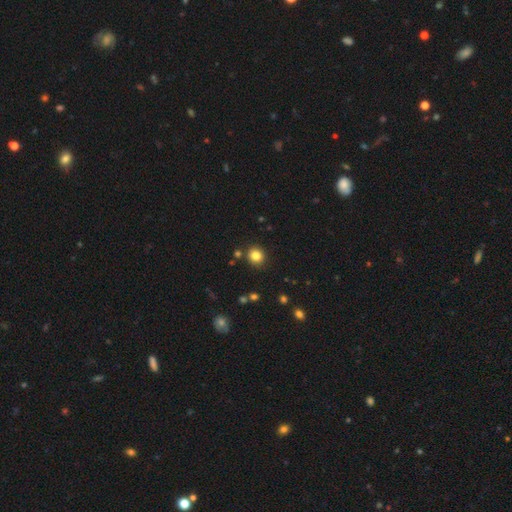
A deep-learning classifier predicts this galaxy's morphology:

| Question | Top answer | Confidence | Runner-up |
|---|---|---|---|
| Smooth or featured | smooth | 82% | star or artifact (12%) |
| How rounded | round | 84% | in between (15%) |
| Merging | none | 87% | minor disturbance (7%) |